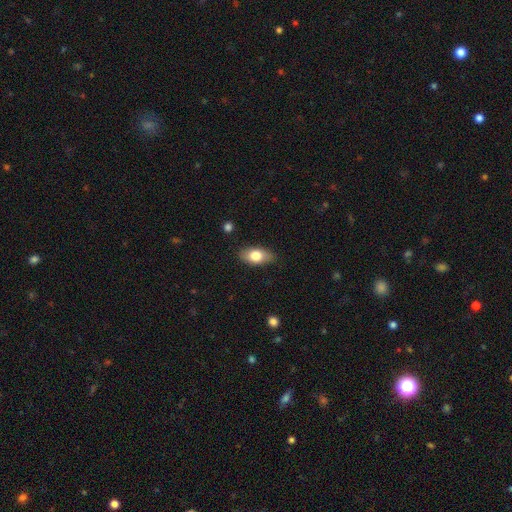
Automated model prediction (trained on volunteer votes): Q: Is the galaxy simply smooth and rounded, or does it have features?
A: smooth — 77%.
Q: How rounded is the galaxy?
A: in between — 89%.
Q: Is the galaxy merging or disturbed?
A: none — 83%.